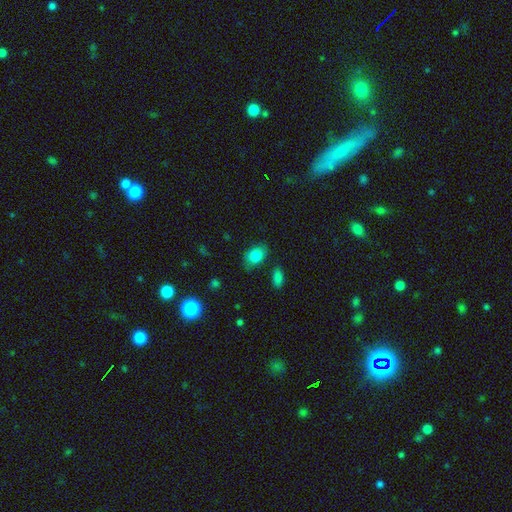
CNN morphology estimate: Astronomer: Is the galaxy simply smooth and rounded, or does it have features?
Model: smooth — 83%.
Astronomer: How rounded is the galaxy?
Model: in between — 84%.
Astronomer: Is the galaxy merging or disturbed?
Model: none — 76%.